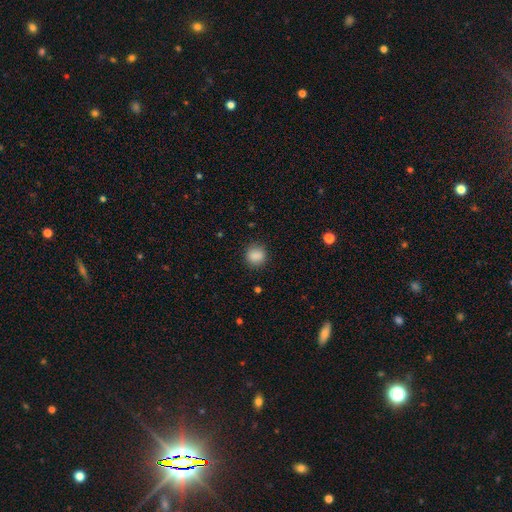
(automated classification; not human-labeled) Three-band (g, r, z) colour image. It shows a smooth galaxy with no disk features (87%) that is round (80%). Merging: none (85%).